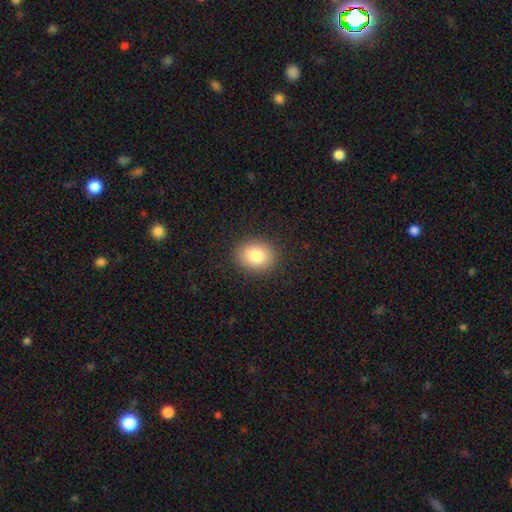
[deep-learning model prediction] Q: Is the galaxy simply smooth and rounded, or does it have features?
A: smooth — 84%.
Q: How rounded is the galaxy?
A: round — 51%.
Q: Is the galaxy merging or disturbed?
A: none — 89%.